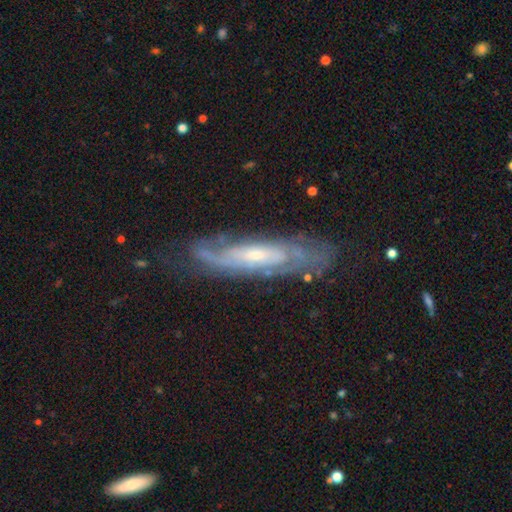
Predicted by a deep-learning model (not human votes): The model was most divided on "bar": no: 56%, weak: 34%, strong: 10%. More confident: spiral arms — yes (90%); smooth or featured — featured or disk (80%); merging — none (73%); edge-on disk — no (69%); bulge size — small (66%).